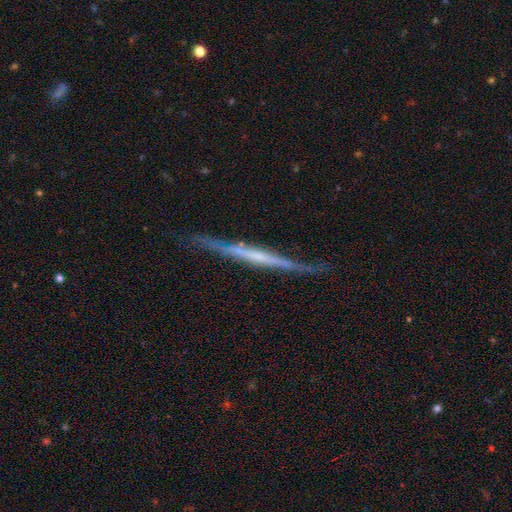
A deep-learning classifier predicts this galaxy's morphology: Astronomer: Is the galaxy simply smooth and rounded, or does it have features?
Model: featured or disk — 74%.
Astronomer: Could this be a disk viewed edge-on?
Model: yes — 94%.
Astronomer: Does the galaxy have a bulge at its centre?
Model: none — 66%.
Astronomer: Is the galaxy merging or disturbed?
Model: none — 75%.